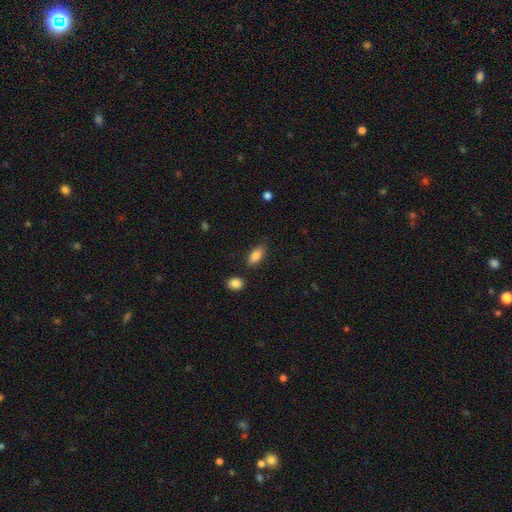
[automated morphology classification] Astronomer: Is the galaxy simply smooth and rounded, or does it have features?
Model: smooth — 83%.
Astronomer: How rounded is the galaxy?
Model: in between — 84%.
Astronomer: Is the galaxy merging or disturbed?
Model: none — 82%.